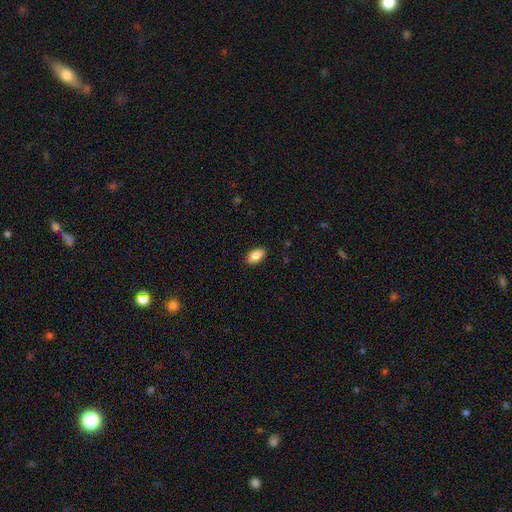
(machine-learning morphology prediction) Smooth or featured? smooth (88%)
How rounded? in between (94%)
Merging? none (89%)